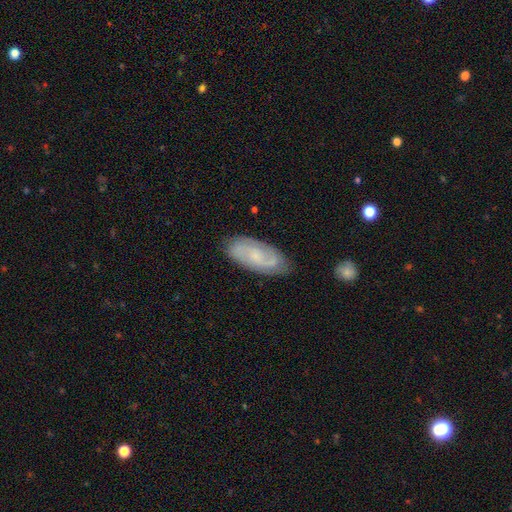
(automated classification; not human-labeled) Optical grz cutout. It shows a featured or disk galaxy (65%) with no bar (57%), 2 (69%) medium (44%) spiral arms (92%) and a small central bulge (55%). Merging: none (79%).